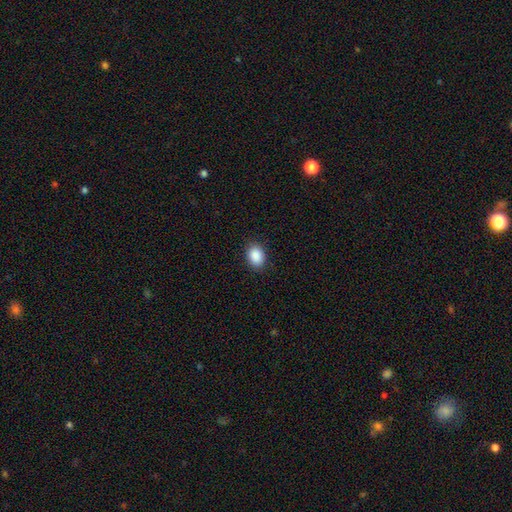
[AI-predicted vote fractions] A smooth galaxy with no disk features (90%) that is in between round and cigar-shaped (77%).

Vote fractions:
- Smooth or featured? smooth: 90% / star or artifact: 8% / featured or disk: 3%
- How rounded? in between: 77% / round: 22% / cigar-shaped: 1%
- Merging? none: 89% / minor disturbance: 8% / major disturbance: 2% / merger: 1%